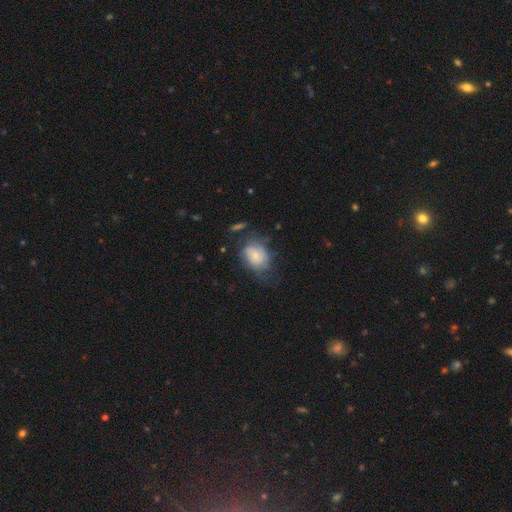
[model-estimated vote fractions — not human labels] Smooth or featured?
  - smooth: 58% *
  - featured or disk: 33%
  - star or artifact: 8%
How rounded?
  - in between: 66% *
  - round: 33%
  - cigar-shaped: 1%
Merging?
  - none: 44% *
  - minor disturbance: 31%
  - major disturbance: 22%
  - merger: 4%